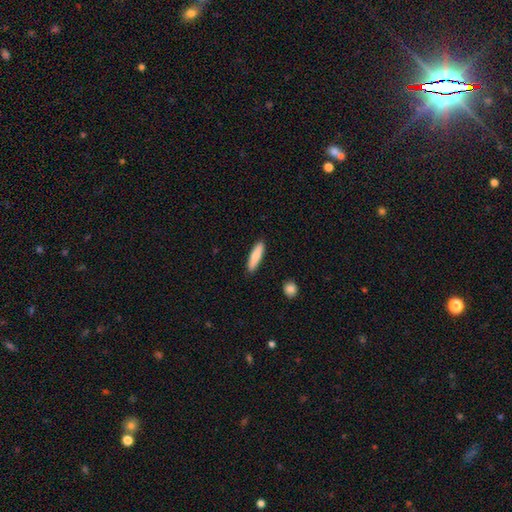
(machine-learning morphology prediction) Smooth or featured?
  - smooth: 83% *
  - featured or disk: 11%
  - star or artifact: 6%
How rounded?
  - cigar-shaped: 78% *
  - in between: 20%
  - round: 1%
Merging?
  - none: 90% *
  - minor disturbance: 7%
  - major disturbance: 2%
  - merger: 1%